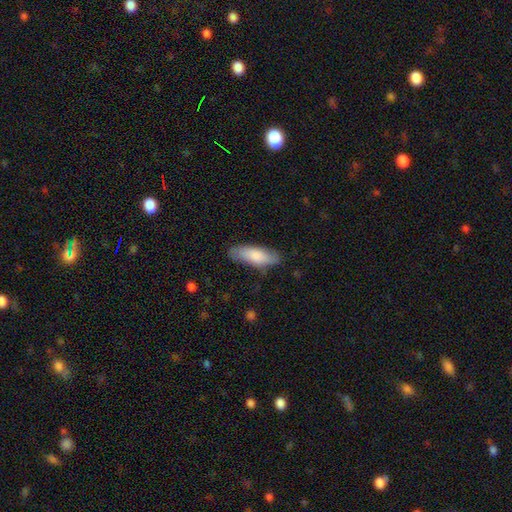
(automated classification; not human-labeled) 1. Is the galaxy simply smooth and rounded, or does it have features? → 81% smooth, 14% featured or disk, 5% star or artifact.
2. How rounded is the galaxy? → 63% in between, 35% cigar-shaped, 2% round.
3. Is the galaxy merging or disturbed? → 78% none, 17% minor disturbance, 4% major disturbance, 1% merger.